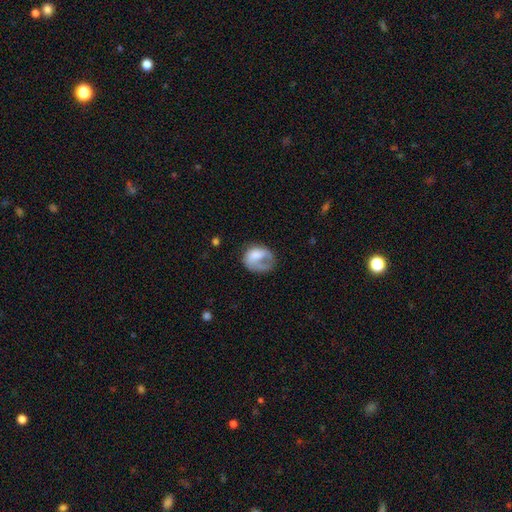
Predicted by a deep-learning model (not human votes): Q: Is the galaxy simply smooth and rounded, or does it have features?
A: smooth — 58%.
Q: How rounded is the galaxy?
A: in between — 51%.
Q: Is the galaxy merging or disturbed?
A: major disturbance — 42%.